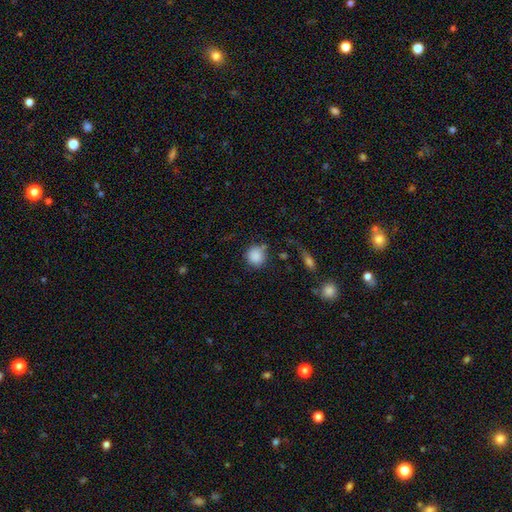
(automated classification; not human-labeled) A smooth galaxy with no disk features (87%) that is round (89%).

Vote fractions:
- Smooth or featured? smooth: 87% / star or artifact: 9% / featured or disk: 4%
- How rounded? round: 89% / in between: 10% / cigar-shaped: 1%
- Merging? none: 74% / minor disturbance: 14% / merger: 6% / major disturbance: 5%